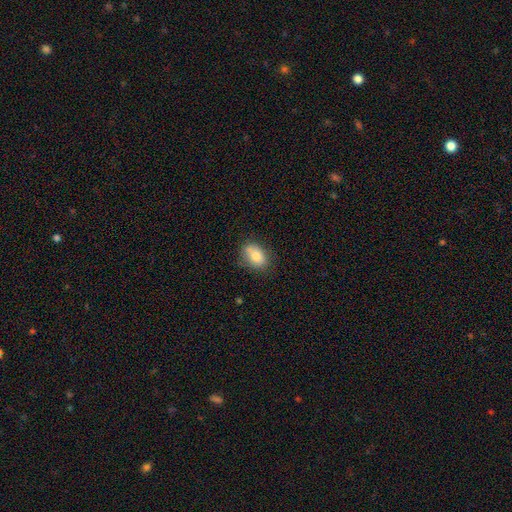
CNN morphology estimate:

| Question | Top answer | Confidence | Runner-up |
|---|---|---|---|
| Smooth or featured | smooth | 78% | featured or disk (13%) |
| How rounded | in between | 78% | round (21%) |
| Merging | none | 68% | minor disturbance (22%) |